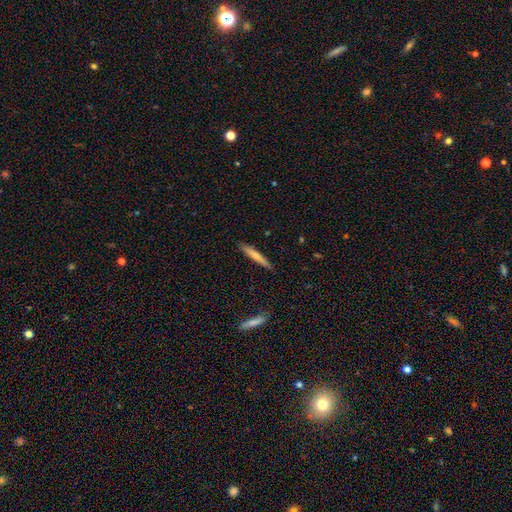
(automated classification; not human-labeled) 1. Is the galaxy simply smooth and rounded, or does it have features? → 67% smooth, 27% featured or disk, 6% star or artifact.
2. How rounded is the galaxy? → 94% cigar-shaped, 5% in between, 1% round.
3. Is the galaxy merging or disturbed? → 88% none, 9% minor disturbance, 2% major disturbance, 2% merger.